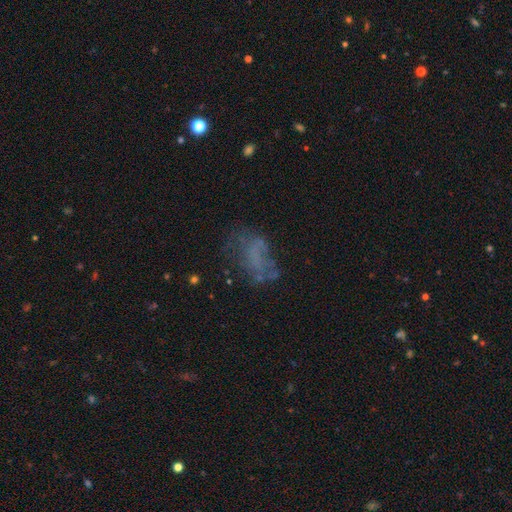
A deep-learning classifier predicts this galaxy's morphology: This appears to be a featured or disk galaxy (40%). Merging: none (46%).